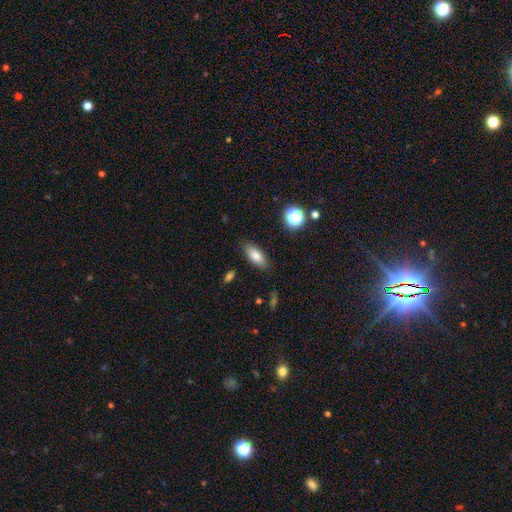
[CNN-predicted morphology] Smooth or featured?
  - smooth: 81% *
  - featured or disk: 10%
  - star or artifact: 9%
How rounded?
  - in between: 79% *
  - cigar-shaped: 17%
  - round: 3%
Merging?
  - none: 86% *
  - minor disturbance: 10%
  - major disturbance: 3%
  - merger: 2%